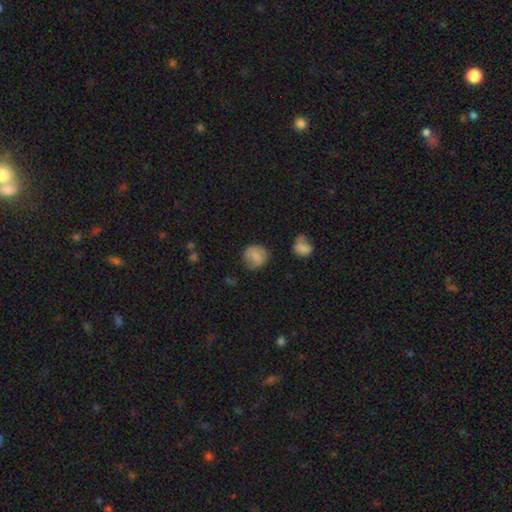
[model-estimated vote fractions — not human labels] smooth_or_featured: smooth (p=0.76) [alt: featured or disk p=0.14]
how_rounded: round (p=0.79) [alt: in between p=0.20]
merging: none (p=0.63) [alt: minor disturbance p=0.26]